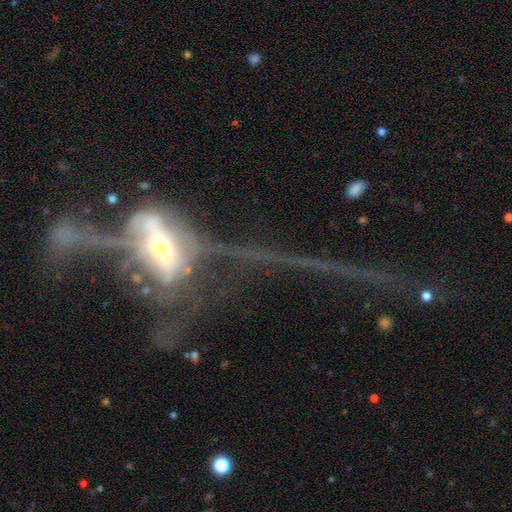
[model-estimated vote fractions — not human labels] This is likely a featured or disk galaxy (71%). It is possibly not viewed edge-on (53%). Merging: possibly major disturbance (51%).